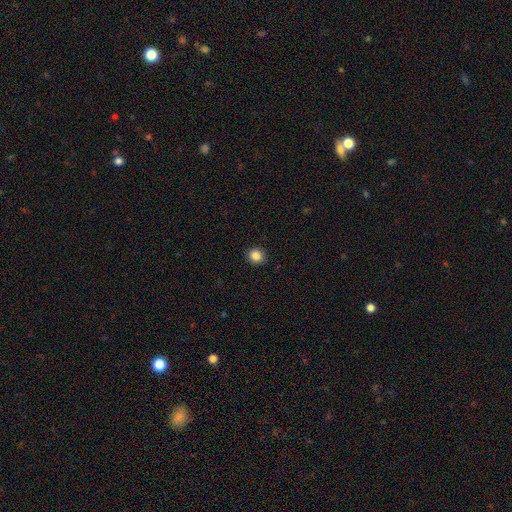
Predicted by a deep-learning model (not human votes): Smooth or featured? smooth (86%)
How rounded? round (75%)
Merging? none (91%)